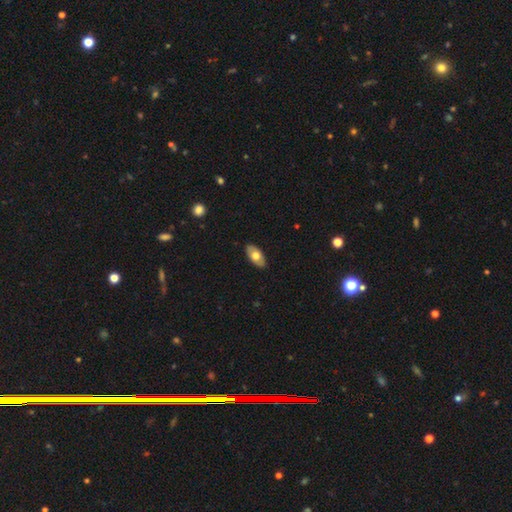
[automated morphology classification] Overall: smooth (63%; featured or disk 31%). How rounded: in between (93%). Merging: none (87%).